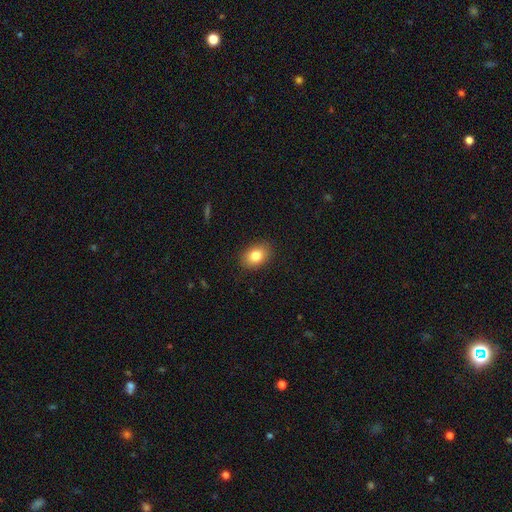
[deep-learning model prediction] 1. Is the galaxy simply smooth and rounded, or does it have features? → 83% smooth, 9% featured or disk, 8% star or artifact.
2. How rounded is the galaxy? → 81% in between, 17% round, 1% cigar-shaped.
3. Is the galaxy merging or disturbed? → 87% none, 9% minor disturbance, 2% major disturbance, 1% merger.